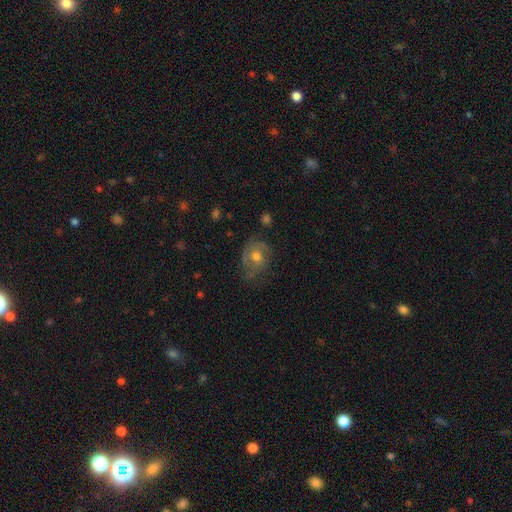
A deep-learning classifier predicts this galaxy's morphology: A featured or disk galaxy (58%) with no bar (74%), spiral arms (77%) and a moderate central bulge (72%).

Vote fractions:
- Smooth or featured? featured or disk: 58% / smooth: 31% / star or artifact: 11%
- Edge-on disk? no: 96% / yes: 4%
- Bar? no: 74% / weak: 22% / strong: 4%
- Spiral arms? yes: 77% / no: 23%
- Bulge size? moderate: 72% / small: 16% / large: 9% / none: 2% / dominant: 1%
- Merging? none: 59% / minor disturbance: 24% / major disturbance: 15% / merger: 2%